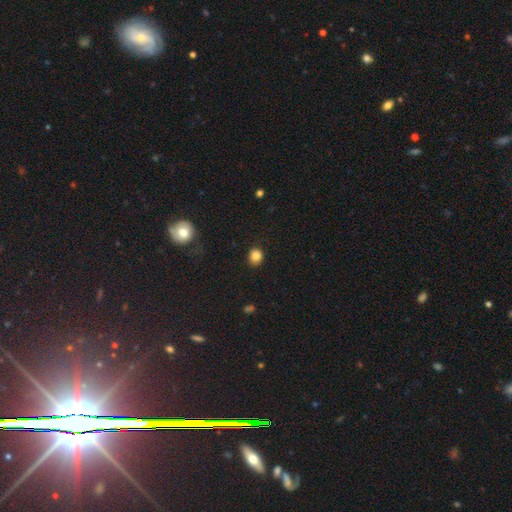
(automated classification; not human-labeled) Smooth or featured? Predicted: smooth (p=0.84). How rounded? Predicted: round (p=0.76). Merging? Predicted: none (p=0.84).